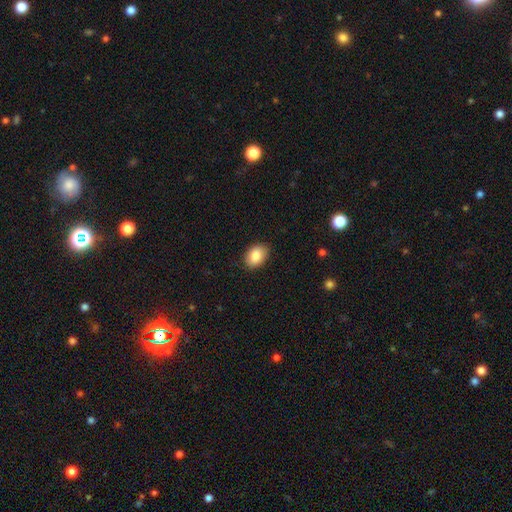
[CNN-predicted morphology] smooth 87%, star or artifact 7%, featured or disk 6%. Down the decision tree: how rounded — in between (82%); merging — none (86%).